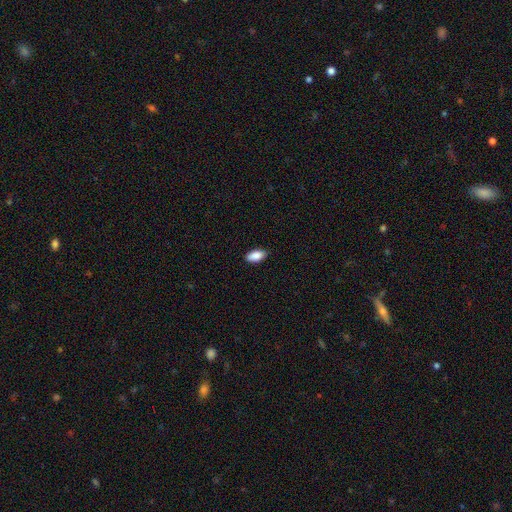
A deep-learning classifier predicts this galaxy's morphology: The model was most divided on "merging": none: 86%, minor disturbance: 12%, major disturbance: 2%, merger: 1%. More confident: how rounded — in between (92%); smooth or featured — smooth (89%).